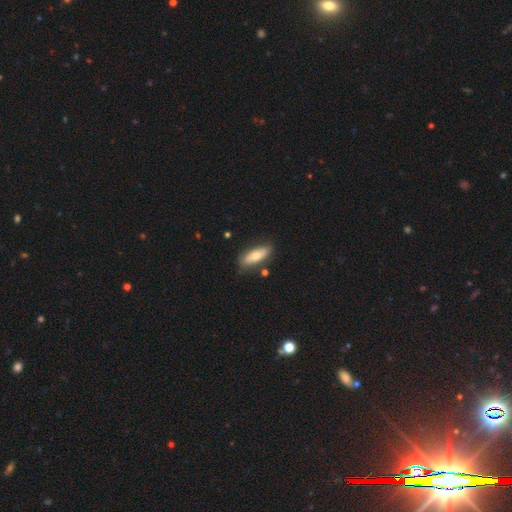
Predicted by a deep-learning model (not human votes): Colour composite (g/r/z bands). It shows a smooth galaxy with no disk features (63%) that is in between round and cigar-shaped (59%). Merging: none (81%).